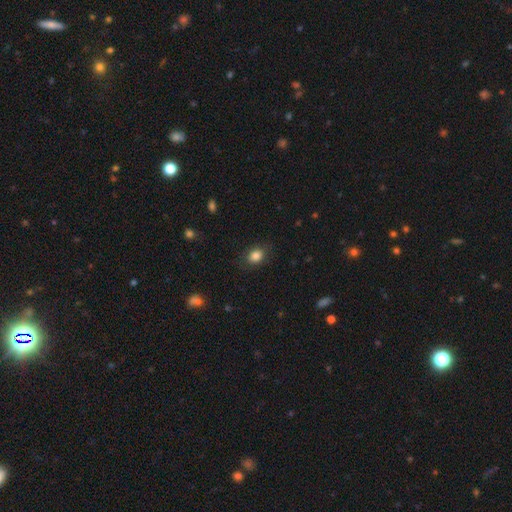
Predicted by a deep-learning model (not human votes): Q: Smooth or featured?
A: smooth (84%); runner-up: star or artifact (10%)
Q: How rounded?
A: in between (53%); runner-up: round (46%)
Q: Merging?
A: none (83%); runner-up: minor disturbance (12%)